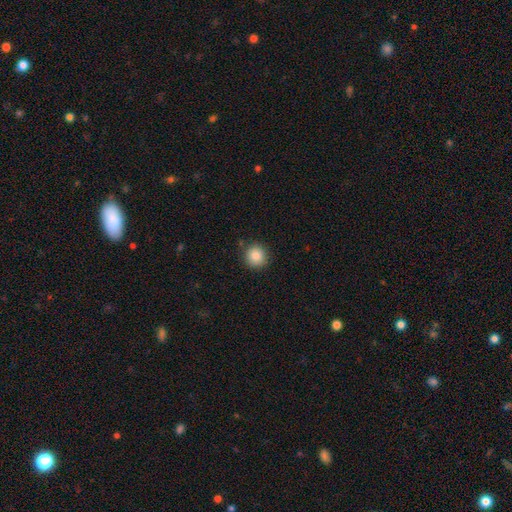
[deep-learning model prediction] A smooth galaxy with no disk features (86%) that is round (93%). Merging: none (89%).